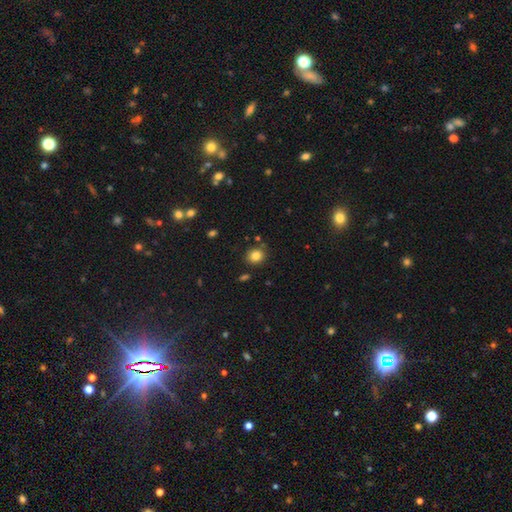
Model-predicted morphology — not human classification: Smooth or featured? Predicted: smooth (p=0.82). How rounded? Predicted: round (p=0.75). Merging? Predicted: none (p=0.82).